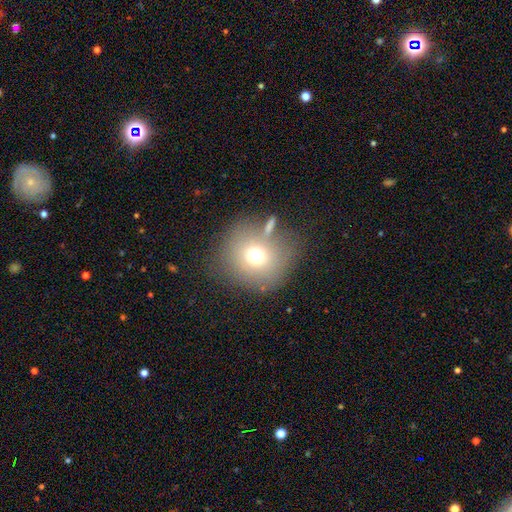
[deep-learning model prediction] Q: Smooth or featured?
A: smooth (69%); runner-up: star or artifact (16%)
Q: How rounded?
A: round (86%); runner-up: in between (13%)
Q: Merging?
A: none (69%); runner-up: minor disturbance (12%)